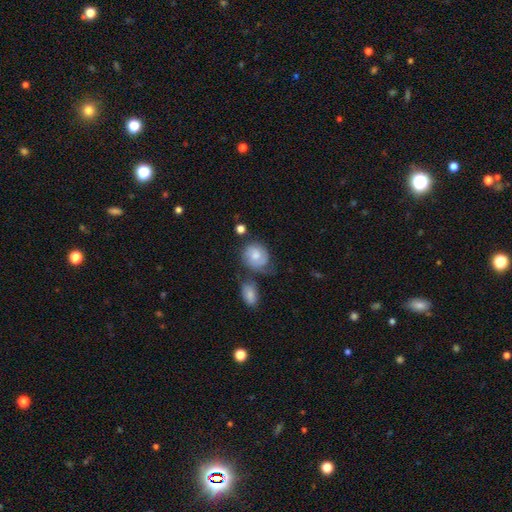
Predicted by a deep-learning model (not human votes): A smooth galaxy with no disk features (53%) that is round (65%). Merging: none (47%).